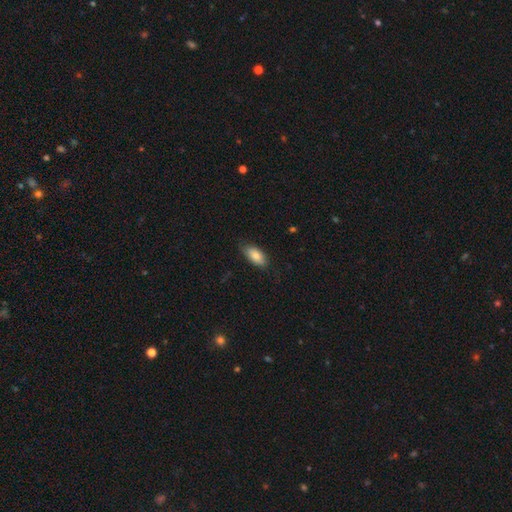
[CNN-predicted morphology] Smooth or featured: smooth — 80% (featured or disk — 13%)
How rounded: in between — 91% (cigar-shaped — 6%)
Merging: none — 75% (minor disturbance — 21%)